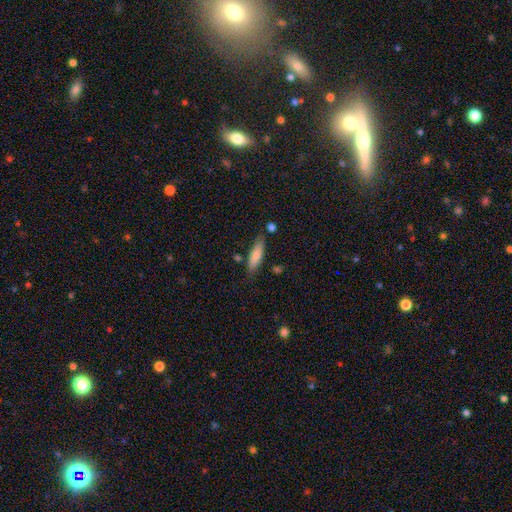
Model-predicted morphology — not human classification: Smooth or featured? Predicted: smooth (p=0.78). How rounded? Predicted: cigar-shaped (p=0.62). Merging? Predicted: none (p=0.76).